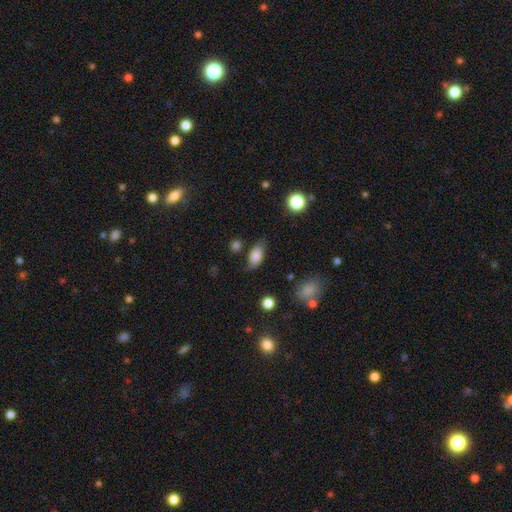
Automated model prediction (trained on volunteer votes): smooth 77%, featured or disk 15%, star or artifact 8%. Down the decision tree: how rounded — in between (88%); merging — none (67%).